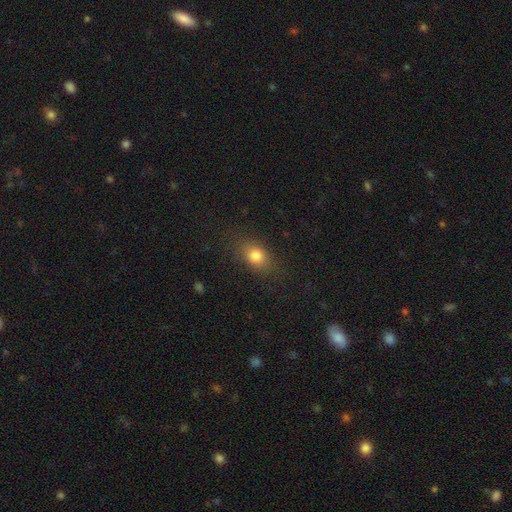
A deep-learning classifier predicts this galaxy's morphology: Smooth or featured?
  - smooth: 80% *
  - star or artifact: 11%
  - featured or disk: 9%
How rounded?
  - in between: 67% *
  - round: 30%
  - cigar-shaped: 3%
Merging?
  - none: 81% *
  - minor disturbance: 13%
  - major disturbance: 5%
  - merger: 1%